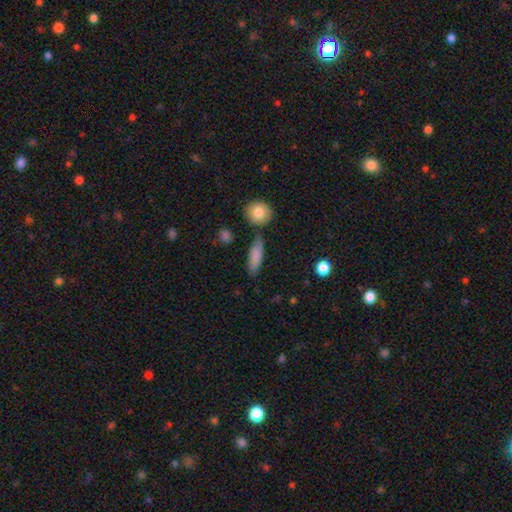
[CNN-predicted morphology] Smooth or featured?
  - smooth: 83% *
  - featured or disk: 11%
  - star or artifact: 7%
How rounded?
  - in between: 56% *
  - cigar-shaped: 40%
  - round: 4%
Merging?
  - none: 73% *
  - minor disturbance: 14%
  - merger: 9%
  - major disturbance: 4%